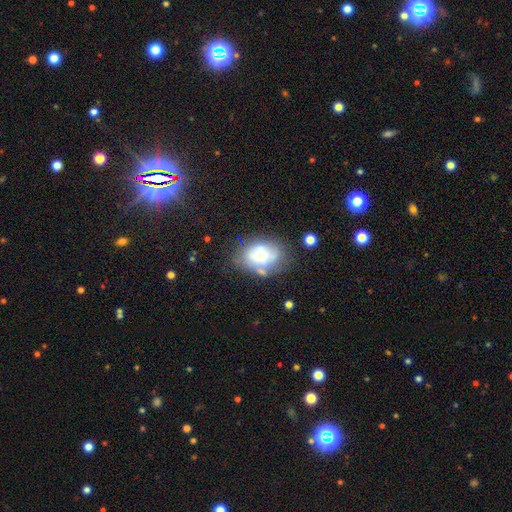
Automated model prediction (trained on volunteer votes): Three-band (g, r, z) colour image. It shows a featured or disk galaxy (41%). Merging: none (71%).